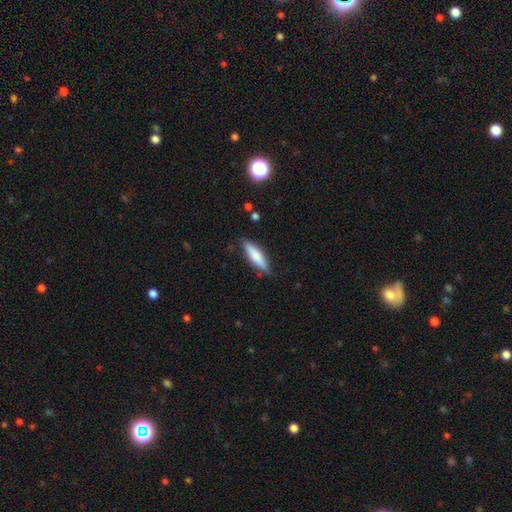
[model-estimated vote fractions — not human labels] This is likely a smooth galaxy (75%). How rounded: likely cigar-shaped (66%). Merging: clearly none (82%).